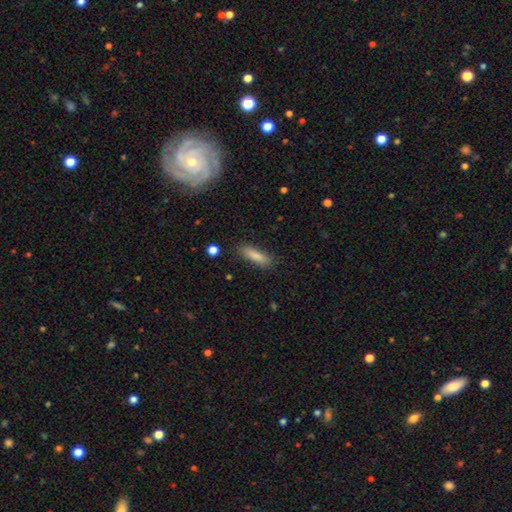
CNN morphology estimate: This is clearly a smooth galaxy (85%). How rounded: likely cigar-shaped (64%). Merging: clearly none (84%).